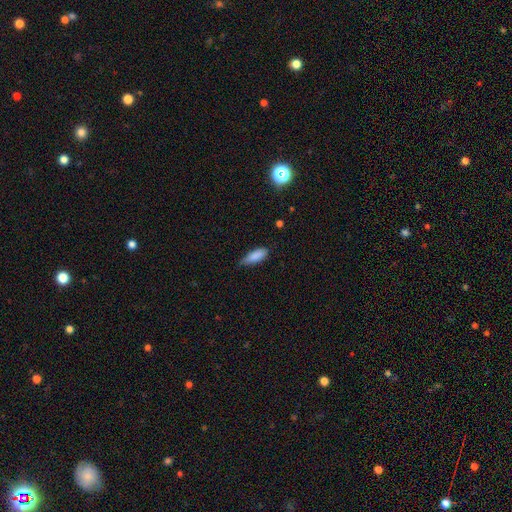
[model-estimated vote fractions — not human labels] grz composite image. It shows a smooth galaxy with no disk features (87%) that is in between round and cigar-shaped (69%). Merging: none (64%).